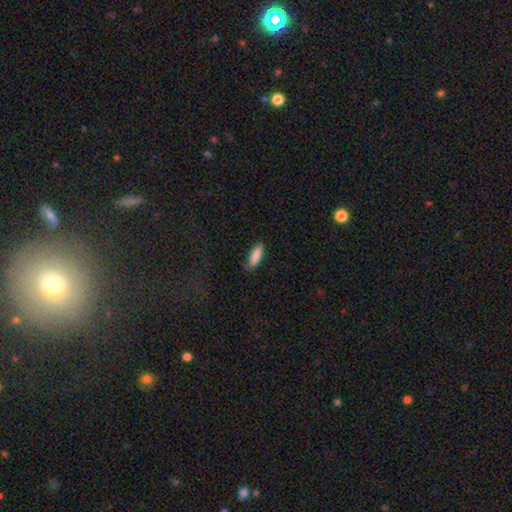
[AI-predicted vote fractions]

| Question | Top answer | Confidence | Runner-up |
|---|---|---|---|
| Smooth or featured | smooth | 88% | star or artifact (6%) |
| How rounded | in between | 55% | cigar-shaped (43%) |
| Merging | none | 77% | minor disturbance (18%) |